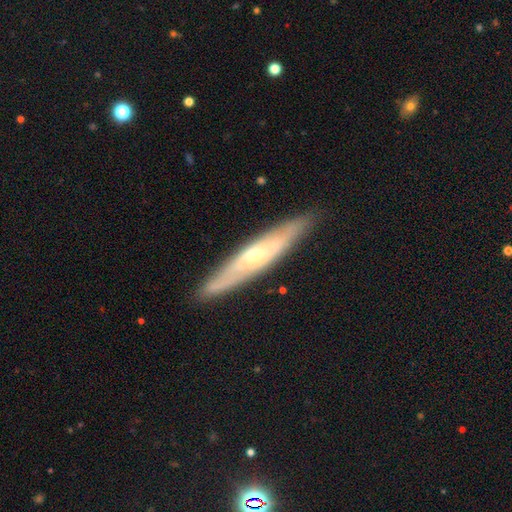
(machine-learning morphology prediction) smooth_or_featured: featured or disk (p=0.63) [alt: smooth p=0.31]
disk_edge_on: yes (p=0.68) [alt: no p=0.32]
merging: none (p=0.88) [alt: minor disturbance p=0.09]